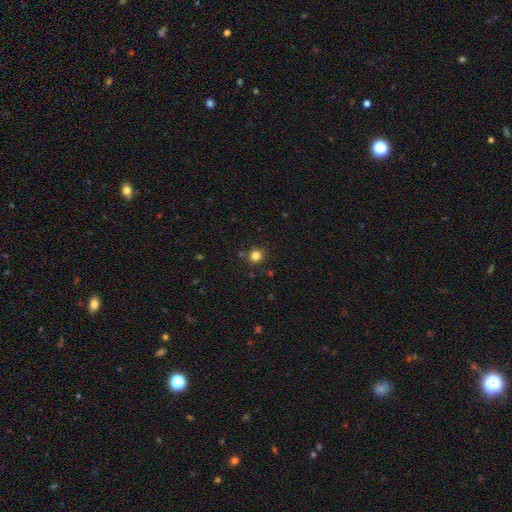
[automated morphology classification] smooth 81%, star or artifact 14%, featured or disk 5%. Down the decision tree: how rounded — round (88%); merging — none (85%).